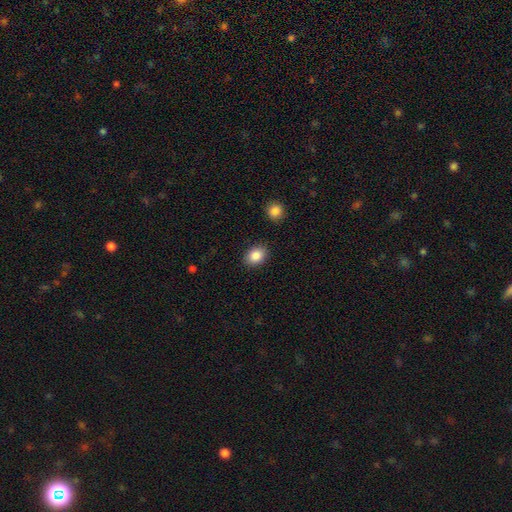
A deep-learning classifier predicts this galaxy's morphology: smooth-or-featured: smooth: 86% | star or artifact: 8% | featured or disk: 5%
  how-rounded: in between: 61% | round: 38% | cigar-shaped: 1%
  merging: none: 86% | minor disturbance: 9% | major disturbance: 3% | merger: 2%